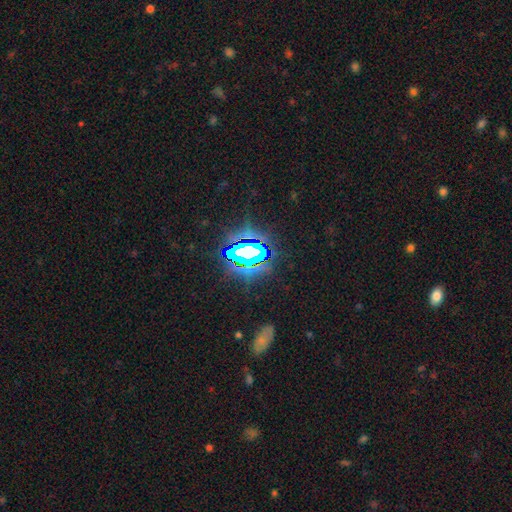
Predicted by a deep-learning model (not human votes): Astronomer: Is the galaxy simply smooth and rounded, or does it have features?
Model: star or artifact — 81%.